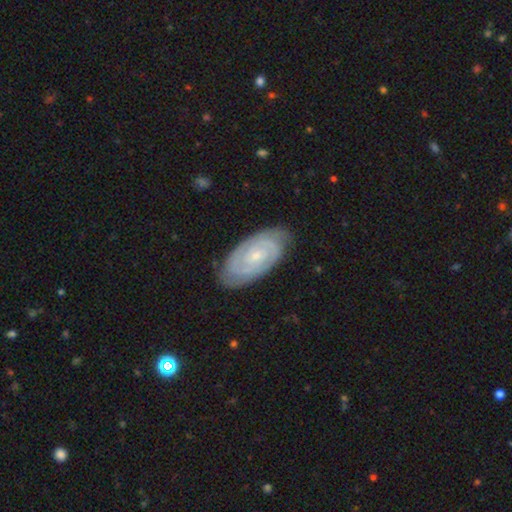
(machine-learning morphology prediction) A featured or disk galaxy (85%) with no bar (68%), 2 (62%) tight (79%) spiral arms (97%) and a small central bulge (76%).

Vote fractions:
- Smooth or featured? featured or disk: 85% / smooth: 10% / star or artifact: 5%
- Edge-on disk? no: 96% / yes: 4%
- Bar? no: 68% / weak: 25% / strong: 7%
- Spiral arms? yes: 97% / no: 3%
- Spiral winding? tight: 79% / medium: 17% / loose: 3%
- Spiral arm count? 2: 62% / can't tell: 16% / 3: 11% / 4: 4% / 1: 3% / more than 4: 3%
- Bulge size? small: 76% / moderate: 20% / none: 2% / large: 1% / dominant: 1%
- Merging? none: 83% / minor disturbance: 14% / major disturbance: 3% / merger: 1%